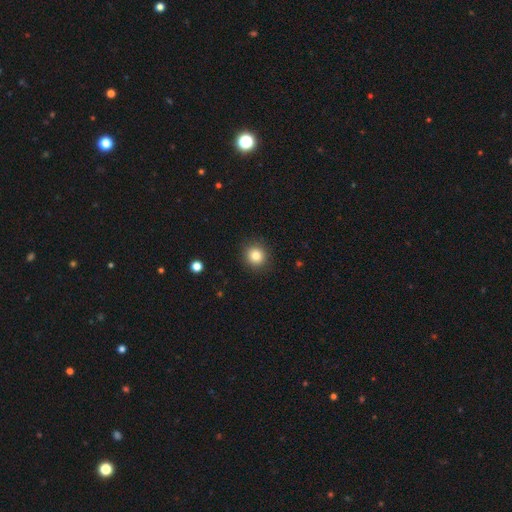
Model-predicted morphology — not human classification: Overall: smooth (82%). How rounded: round (90%). Merging: none (91%).